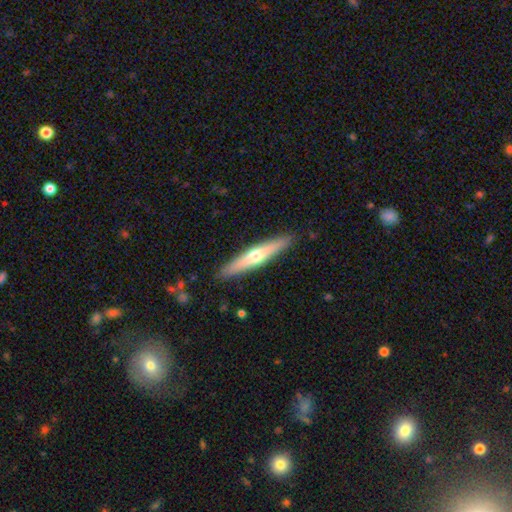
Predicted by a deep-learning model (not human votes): featured or disk 51%, smooth 43%, star or artifact 5%. Down the decision tree: edge-on disk — yes (93%); merging — none (90%).